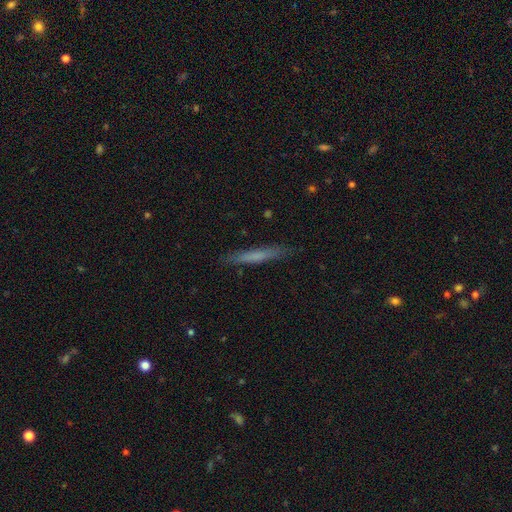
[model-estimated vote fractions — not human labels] Smooth or featured? Predicted: smooth (p=0.61). How rounded? Predicted: cigar-shaped (p=0.95). Merging? Predicted: none (p=0.87).